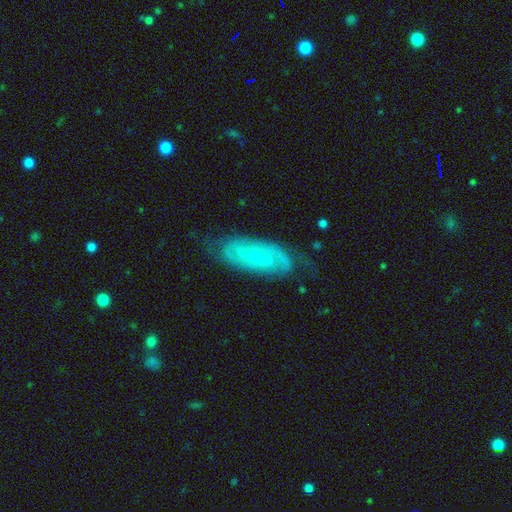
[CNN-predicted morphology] featured or disk 79%, smooth 15%, star or artifact 6%. Down the decision tree: edge-on disk — no (91%); bar — no (67%); spiral arms — yes (91%); spiral arm count — 2 (53%); spiral winding — tight (56%); bulge size — small (75%); merging — none (68%).